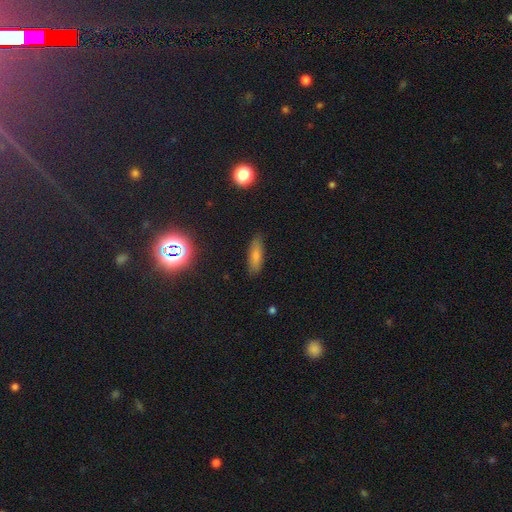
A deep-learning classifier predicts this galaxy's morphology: A smooth galaxy with no disk features (76%) that is in between round and cigar-shaped (60%).

Vote fractions:
- Smooth or featured? smooth: 76% / featured or disk: 13% / star or artifact: 11%
- How rounded? in between: 60% / cigar-shaped: 38% / round: 2%
- Merging? none: 84% / minor disturbance: 12% / major disturbance: 3% / merger: 1%